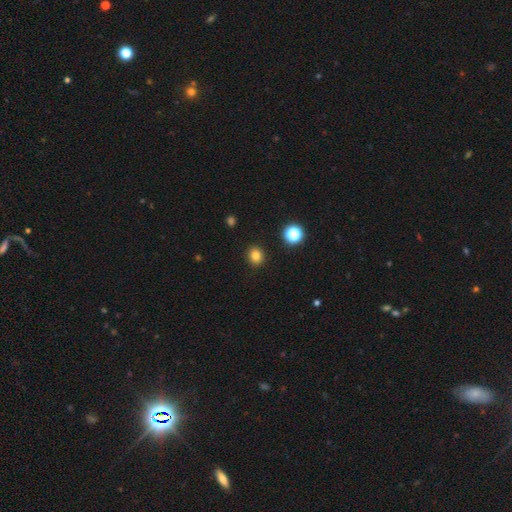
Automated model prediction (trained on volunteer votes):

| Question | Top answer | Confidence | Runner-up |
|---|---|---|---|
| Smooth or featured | smooth | 81% | star or artifact (14%) |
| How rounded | round | 70% | in between (29%) |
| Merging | none | 90% | minor disturbance (6%) |